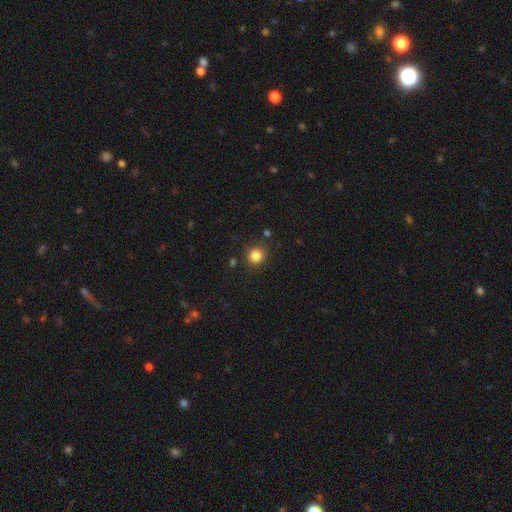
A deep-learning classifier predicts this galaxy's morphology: Smooth or featured: smooth — 84% (star or artifact — 12%)
How rounded: round — 90% (in between — 9%)
Merging: none — 86% (minor disturbance — 8%)